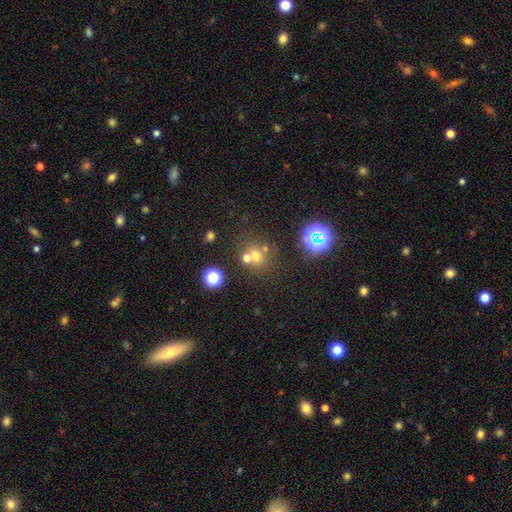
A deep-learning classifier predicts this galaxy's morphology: This appears to be a smooth galaxy with no disk features (54%) that is round (82%). Merging: none (55%).